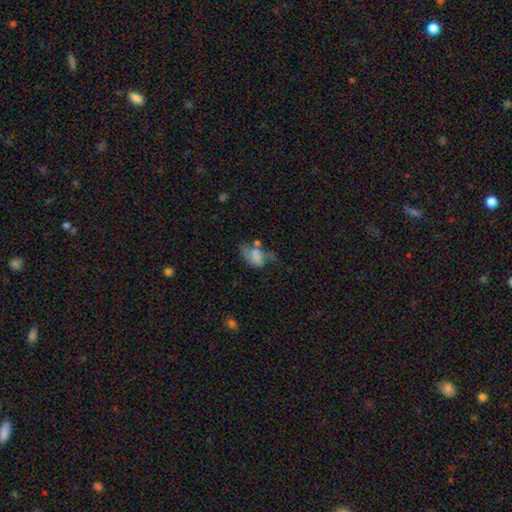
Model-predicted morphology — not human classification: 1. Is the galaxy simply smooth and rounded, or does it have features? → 49% smooth, 39% featured or disk, 12% star or artifact.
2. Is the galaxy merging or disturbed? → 38% major disturbance, 24% none, 23% minor disturbance, 15% merger.